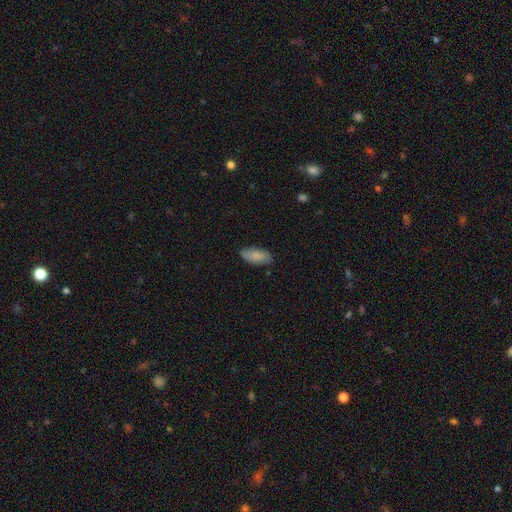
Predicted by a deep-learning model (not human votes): Smooth or featured? Predicted: smooth (p=0.85). How rounded? Predicted: in between (p=0.88). Merging? Predicted: none (p=0.80).